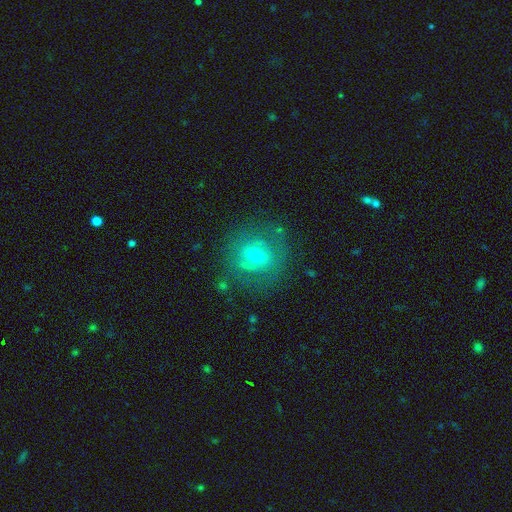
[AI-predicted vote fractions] smooth_or_featured: smooth (p=0.46) [alt: featured or disk p=0.37]
merging: none (p=0.75) [alt: minor disturbance p=0.14]